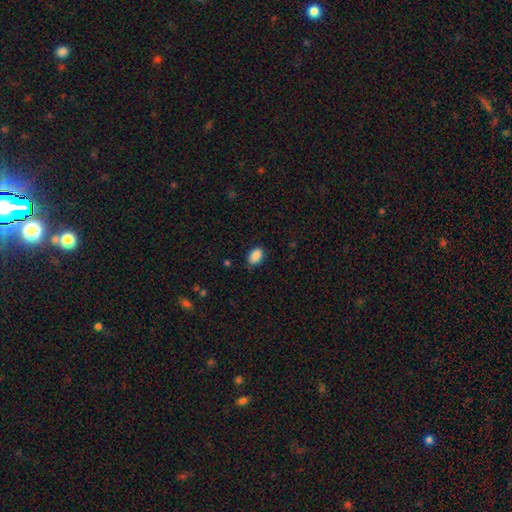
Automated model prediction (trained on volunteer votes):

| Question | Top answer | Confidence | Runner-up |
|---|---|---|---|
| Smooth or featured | smooth | 89% | star or artifact (8%) |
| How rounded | in between | 86% | round (13%) |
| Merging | none | 81% | minor disturbance (15%) |